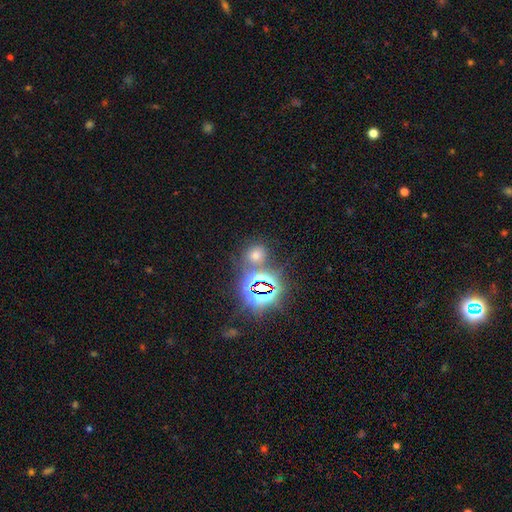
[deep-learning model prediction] smooth-or-featured: star or artifact: 49% | smooth: 42% | featured or disk: 8%